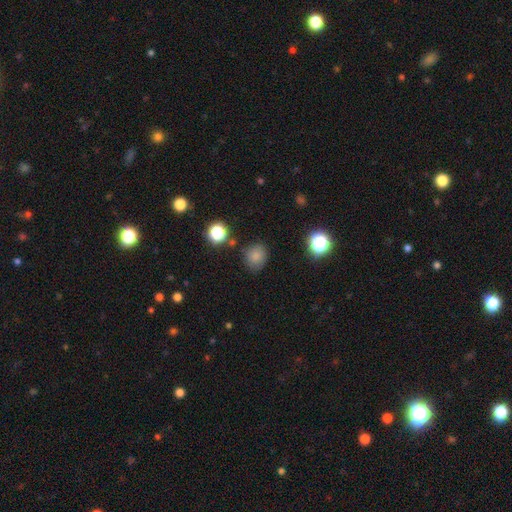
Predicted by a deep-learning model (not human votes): This is likely a smooth galaxy (80%). How rounded: likely round (76%). Merging: clearly none (80%).